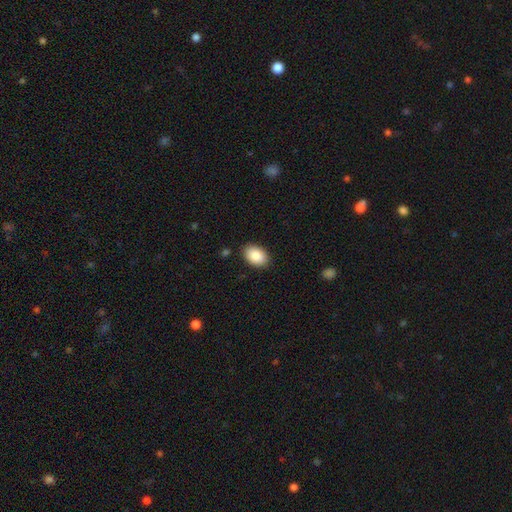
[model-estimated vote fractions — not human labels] This is clearly a smooth galaxy (88%). How rounded: clearly in between (87%). Merging: clearly none (88%).